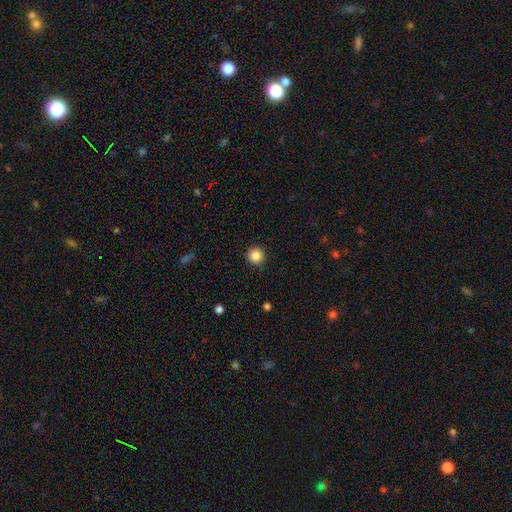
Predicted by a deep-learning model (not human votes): This appears to be a smooth galaxy with no disk features (87%) that is round (95%). Merging: none (91%).